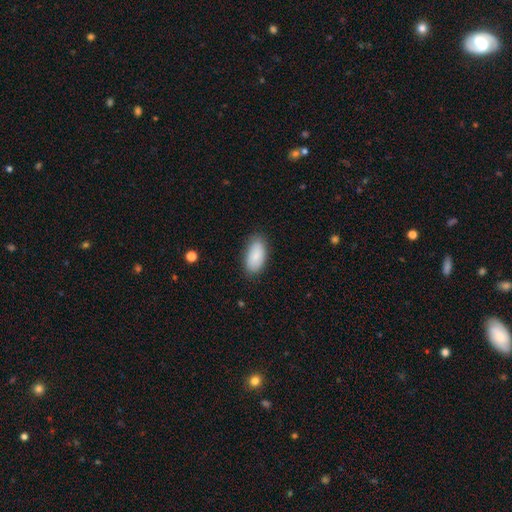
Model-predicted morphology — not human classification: A smooth galaxy with no disk features (86%) that is in between round and cigar-shaped (94%). Merging: none (81%).